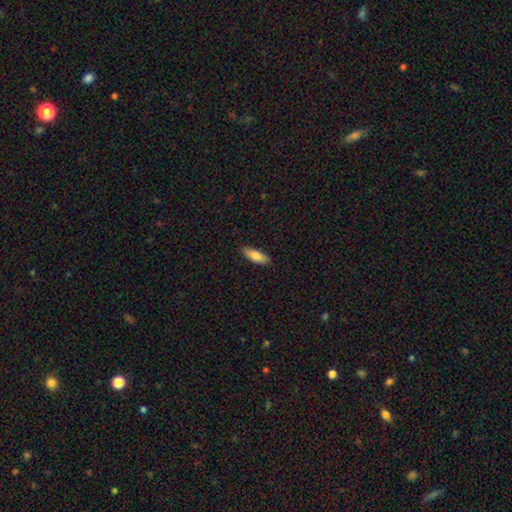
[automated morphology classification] A smooth galaxy with no disk features (81%) that is in between round and cigar-shaped (60%). Merging: none (88%).